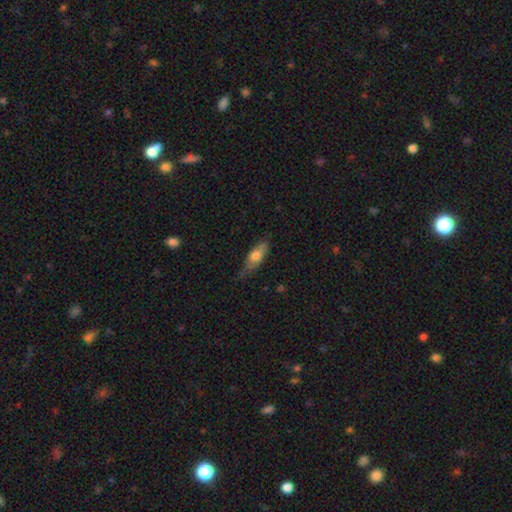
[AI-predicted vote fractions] Smooth or featured: smooth — 67% (featured or disk — 27%)
How rounded: in between — 68% (cigar-shaped — 30%)
Merging: none — 53% (minor disturbance — 35%)